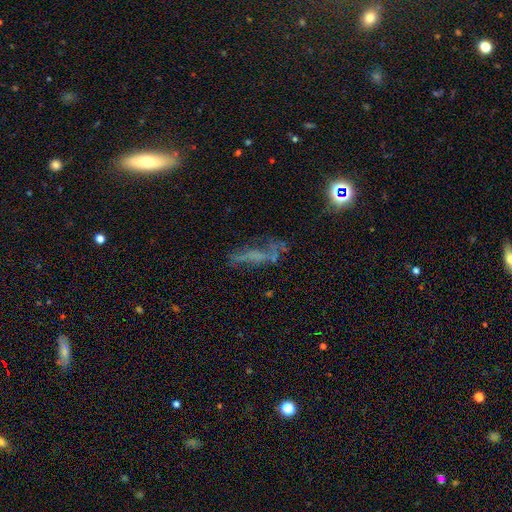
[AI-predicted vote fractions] This is possibly a featured or disk galaxy (46%). Merging: marginally none (42%).